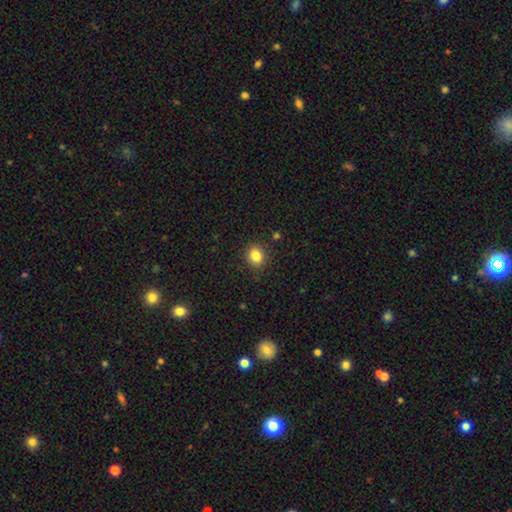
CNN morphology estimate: Smooth or featured? smooth (84%)
How rounded? round (71%)
Merging? none (89%)